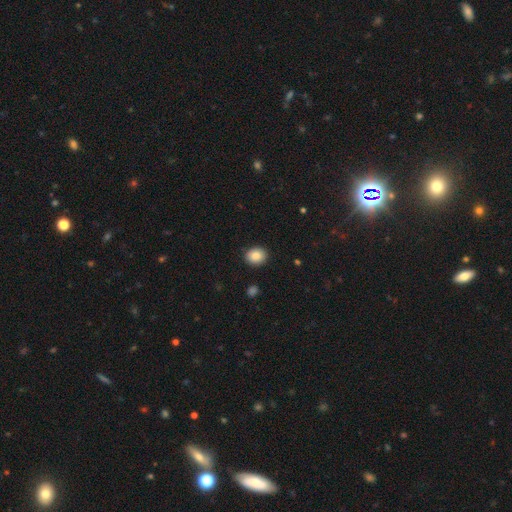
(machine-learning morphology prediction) Smooth or featured: smooth — 86% (star or artifact — 9%)
How rounded: round — 63% (in between — 36%)
Merging: none — 88% (minor disturbance — 8%)